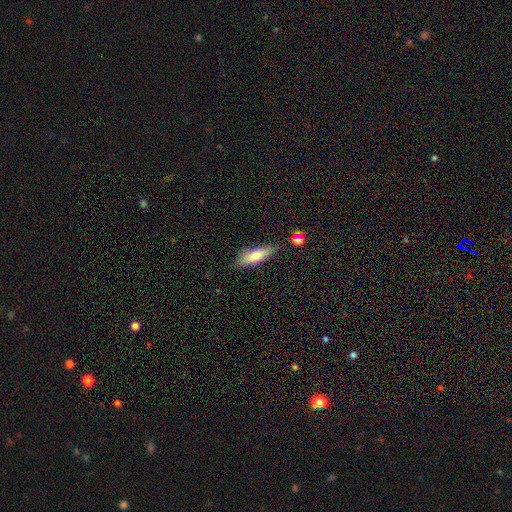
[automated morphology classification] A smooth galaxy with no disk features (69%) that is cigar-shaped (56%).

Vote fractions:
- Smooth or featured? smooth: 69% / featured or disk: 24% / star or artifact: 7%
- How rounded? cigar-shaped: 56% / in between: 42% / round: 2%
- Merging? none: 78% / minor disturbance: 15% / merger: 3% / major disturbance: 3%